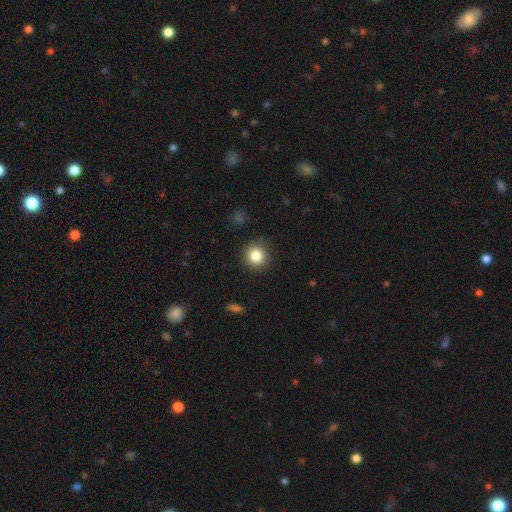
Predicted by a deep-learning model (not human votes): Morphology: type=smooth (84%); roundness=round (92%); merging=none (88%).